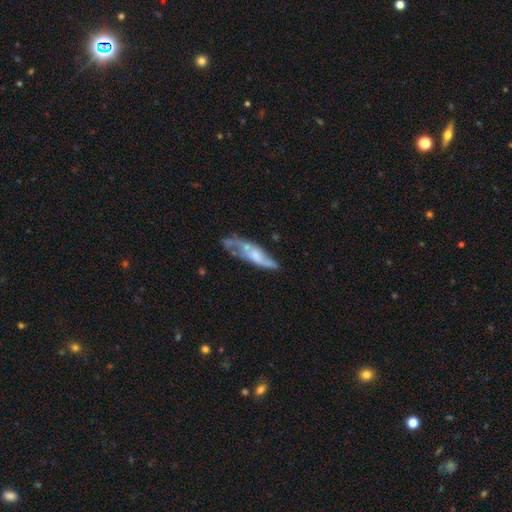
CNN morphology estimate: Smooth or featured: featured or disk — 56% (smooth — 37%)
Edge-on disk: no — 67% (yes — 33%)
Merging: none — 44% (minor disturbance — 28%)